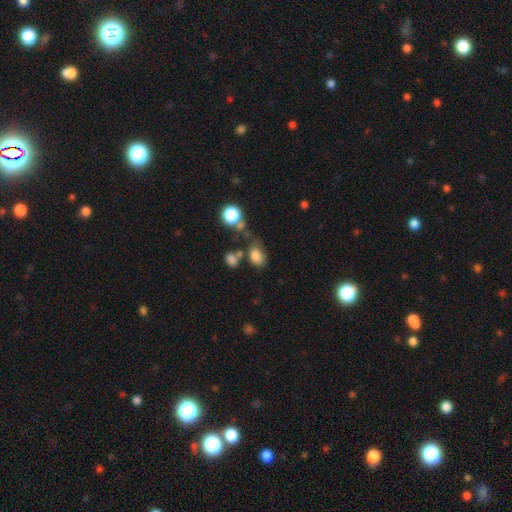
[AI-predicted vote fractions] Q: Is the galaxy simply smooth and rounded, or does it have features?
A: smooth — 79%.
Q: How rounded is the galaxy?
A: in between — 76%.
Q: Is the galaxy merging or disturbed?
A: none — 46%.